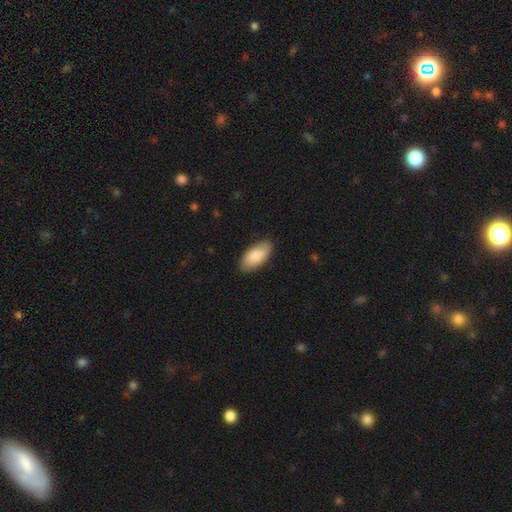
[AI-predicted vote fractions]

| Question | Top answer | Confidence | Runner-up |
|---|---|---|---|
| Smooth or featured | smooth | 83% | featured or disk (12%) |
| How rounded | in between | 93% | cigar-shaped (5%) |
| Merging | none | 86% | minor disturbance (11%) |